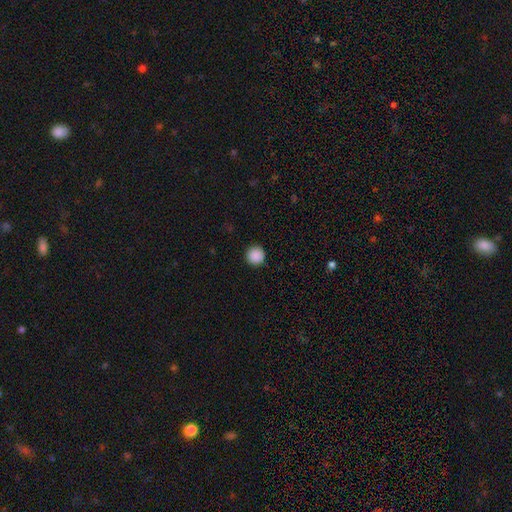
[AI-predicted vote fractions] Overall: smooth (89%). How rounded: round (96%). Merging: none (92%).